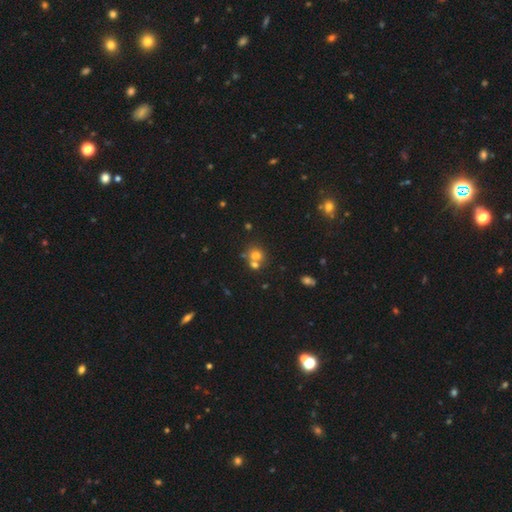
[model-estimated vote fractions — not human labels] Q: Smooth or featured?
A: smooth (70%); runner-up: star or artifact (16%)
Q: How rounded?
A: round (79%); runner-up: in between (20%)
Q: Merging?
A: none (48%); runner-up: merger (41%)